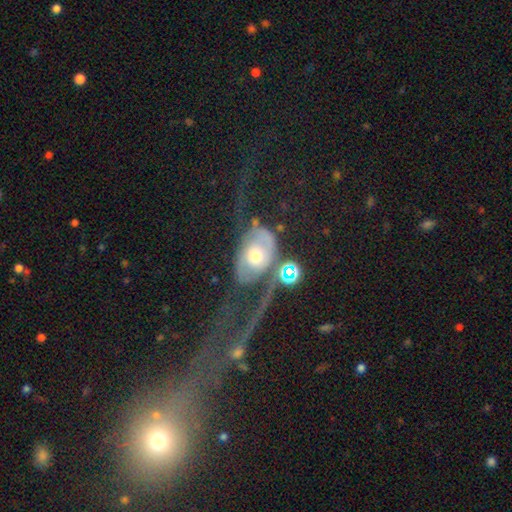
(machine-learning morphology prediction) Q: Smooth or featured?
A: featured or disk (62%); runner-up: smooth (29%)
Q: Edge-on disk?
A: no (93%); runner-up: yes (7%)
Q: Bar?
A: no (78%); runner-up: weak (17%)
Q: Spiral arms?
A: yes (60%); runner-up: no (40%)
Q: Bulge size?
A: moderate (70%); runner-up: small (16%)
Q: Merging?
A: major disturbance (43%); runner-up: none (27%)